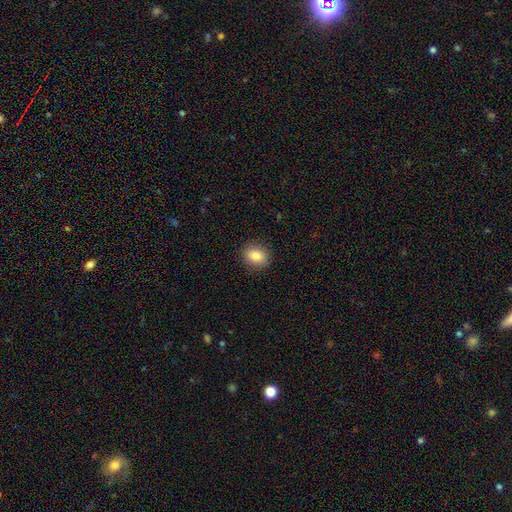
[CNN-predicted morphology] This appears to be a smooth galaxy with no disk features (85%) that is in between round and cigar-shaped (52%). Merging: none (89%).